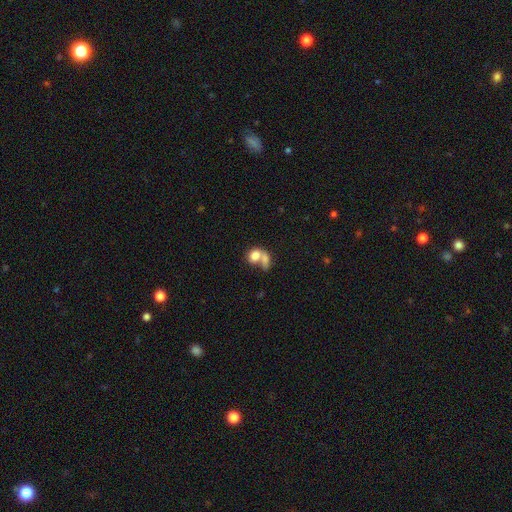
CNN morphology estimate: A smooth galaxy with no disk features (75%) that is in between round and cigar-shaped (55%). Merging: merger (63%).